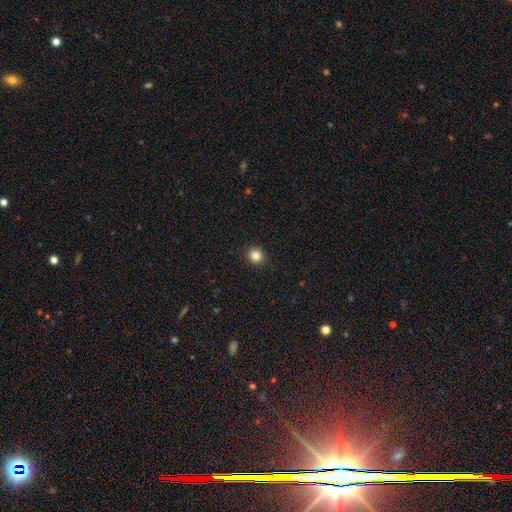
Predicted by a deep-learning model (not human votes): Q: Smooth or featured?
A: smooth (84%); runner-up: star or artifact (12%)
Q: How rounded?
A: round (92%); runner-up: in between (7%)
Q: Merging?
A: none (93%); runner-up: minor disturbance (5%)